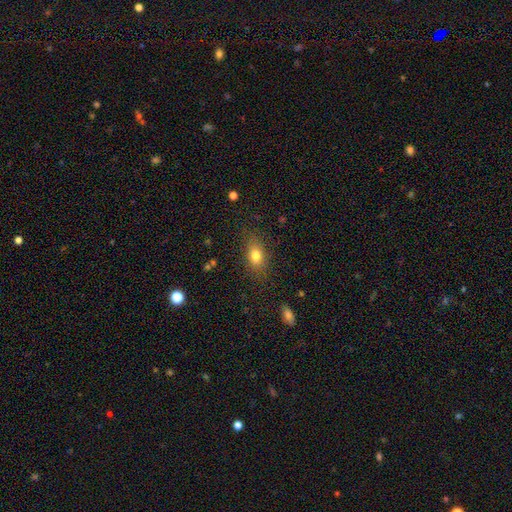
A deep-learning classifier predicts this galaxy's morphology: smooth 78%, featured or disk 11%, star or artifact 10%. Down the decision tree: how rounded — in between (80%); merging — none (82%).